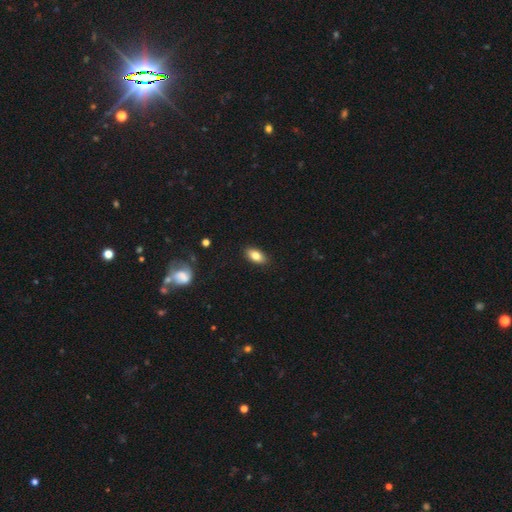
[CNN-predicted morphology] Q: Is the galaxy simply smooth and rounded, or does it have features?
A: smooth — 82%.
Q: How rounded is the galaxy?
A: in between — 90%.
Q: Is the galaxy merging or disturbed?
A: none — 88%.